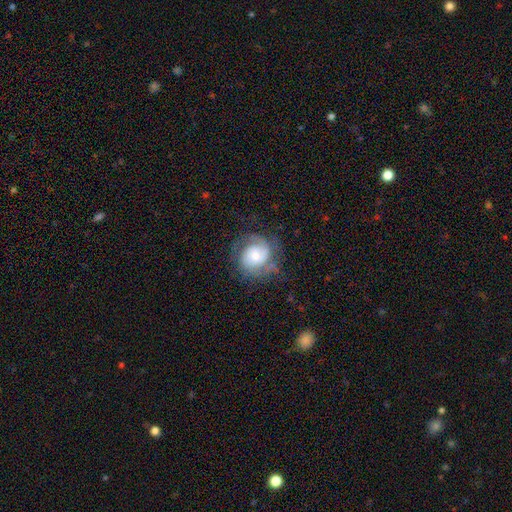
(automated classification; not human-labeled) Smooth or featured?
  - featured or disk: 71% *
  - smooth: 21%
  - star or artifact: 7%
Edge-on disk?
  - no: 98% *
  - yes: 2%
Bar?
  - no: 66% *
  - weak: 28%
  - strong: 6%
Spiral arms?
  - yes: 91% *
  - no: 9%
Spiral winding?
  - tight: 49% *
  - medium: 38%
  - loose: 14%
Spiral arm count?
  - 2: 53% *
  - can't tell: 22%
  - 1: 10%
  - 3: 9%
  - 4: 3%
  - more than 4: 3%
Bulge size?
  - small: 45% *
  - moderate: 44%
  - large: 7%
  - none: 2%
  - dominant: 2%
Merging?
  - none: 62% *
  - minor disturbance: 21%
  - major disturbance: 15%
  - merger: 2%